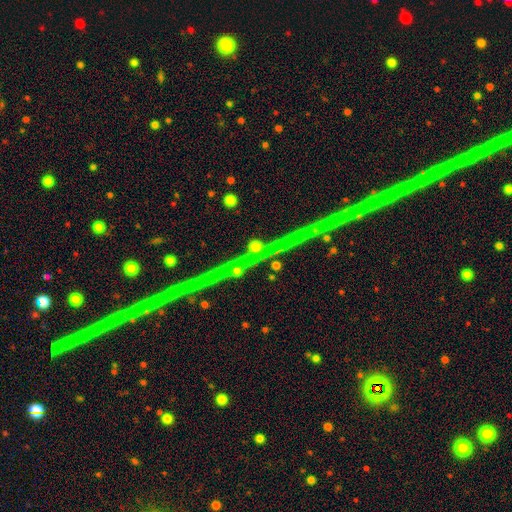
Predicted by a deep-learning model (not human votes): smooth_or_featured: star or artifact (p=0.60) [alt: featured or disk p=0.23]